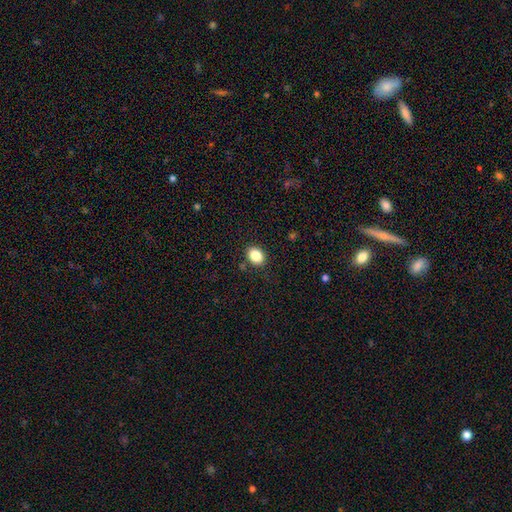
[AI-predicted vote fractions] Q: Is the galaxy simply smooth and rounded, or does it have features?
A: smooth — 86%.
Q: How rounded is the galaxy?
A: in between — 60%.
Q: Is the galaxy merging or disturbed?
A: none — 87%.